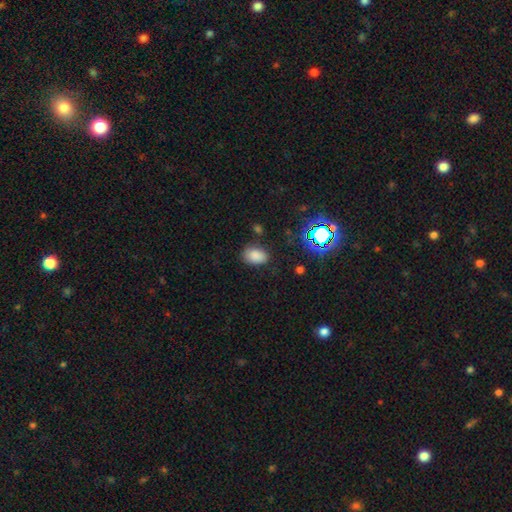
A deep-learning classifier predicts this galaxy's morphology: This is clearly a smooth galaxy (80%). How rounded: clearly in between (84%). Merging: likely none (76%).